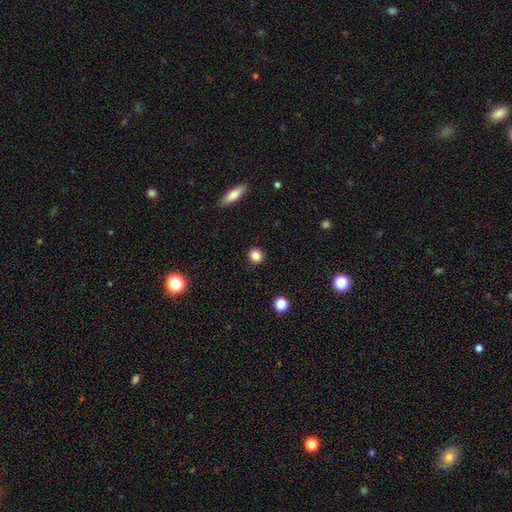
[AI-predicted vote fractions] This is clearly a smooth galaxy (86%). How rounded: clearly round (81%). Merging: clearly none (90%).